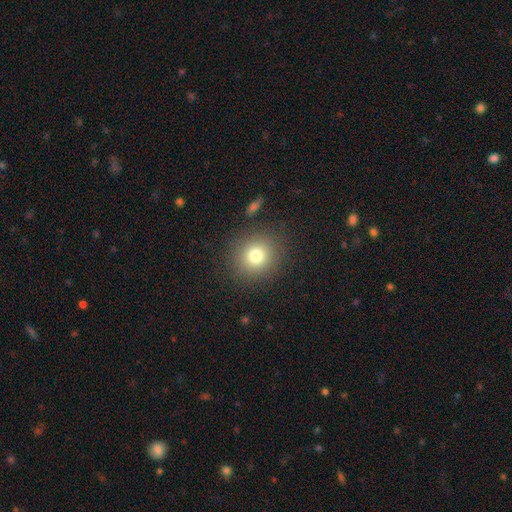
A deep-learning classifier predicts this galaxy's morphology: Q: Smooth or featured?
A: smooth (78%); runner-up: star or artifact (13%)
Q: How rounded?
A: round (87%); runner-up: in between (12%)
Q: Merging?
A: none (87%); runner-up: minor disturbance (8%)